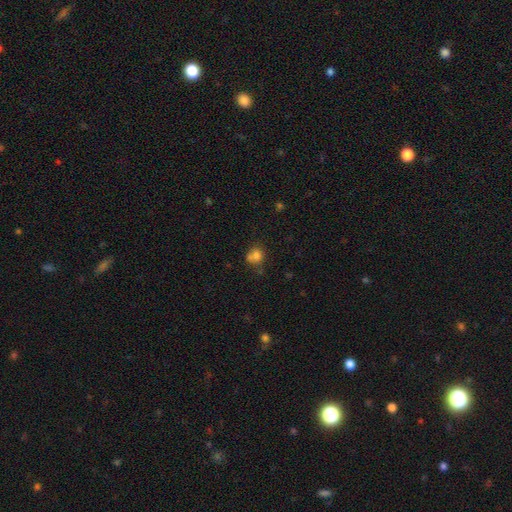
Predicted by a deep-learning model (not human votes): Smooth or featured?
  - smooth: 74% *
  - star or artifact: 14%
  - featured or disk: 12%
How rounded?
  - round: 69% *
  - in between: 30%
  - cigar-shaped: 1%
Merging?
  - none: 43% *
  - merger: 32%
  - minor disturbance: 17%
  - major disturbance: 8%